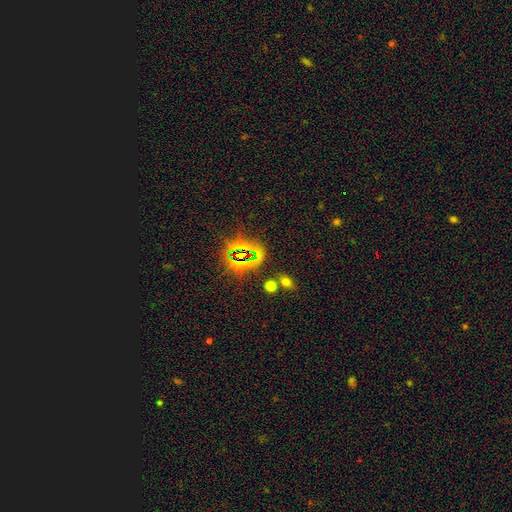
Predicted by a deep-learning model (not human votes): star or artifact 68%, smooth 23%, featured or disk 10%.